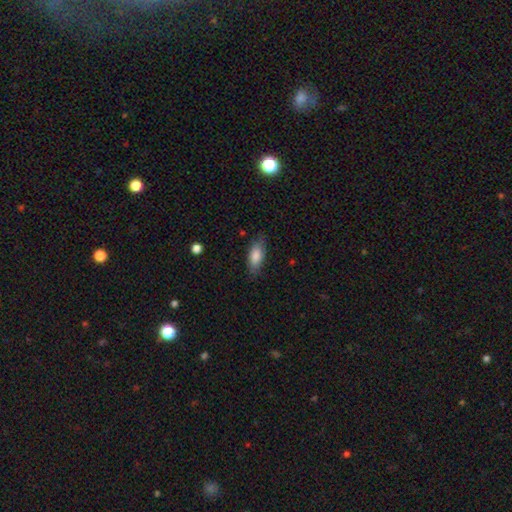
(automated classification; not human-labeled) Smooth or featured? smooth (83%)
How rounded? in between (82%)
Merging? none (78%)